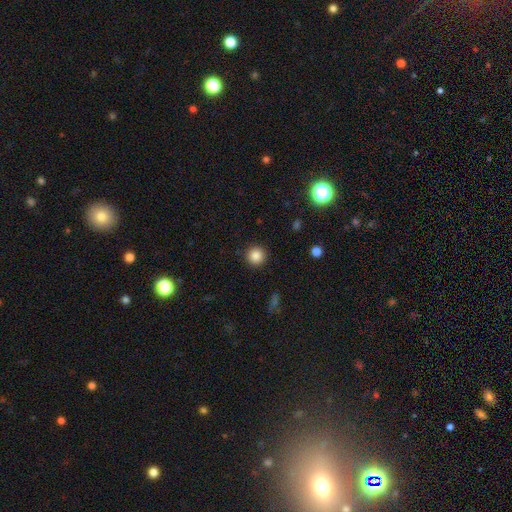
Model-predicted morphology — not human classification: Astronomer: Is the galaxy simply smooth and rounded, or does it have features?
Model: smooth — 86%.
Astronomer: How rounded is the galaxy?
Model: round — 95%.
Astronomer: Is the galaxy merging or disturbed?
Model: none — 92%.